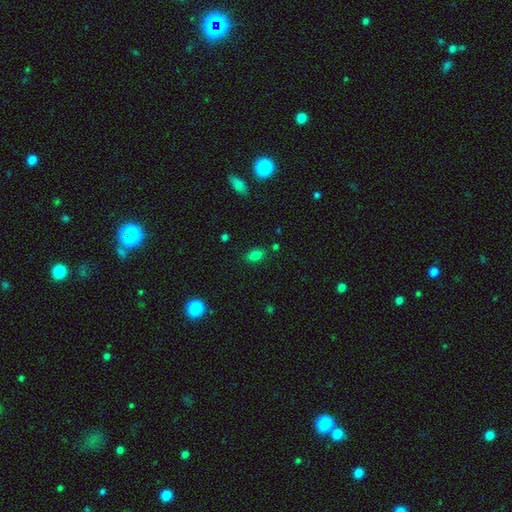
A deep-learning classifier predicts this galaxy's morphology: Smooth or featured?
  - smooth: 79% *
  - star or artifact: 14%
  - featured or disk: 7%
How rounded?
  - in between: 87% *
  - round: 9%
  - cigar-shaped: 4%
Merging?
  - none: 80% *
  - minor disturbance: 13%
  - merger: 4%
  - major disturbance: 3%